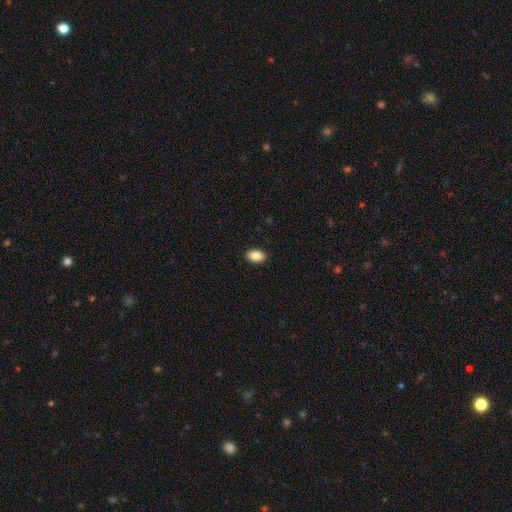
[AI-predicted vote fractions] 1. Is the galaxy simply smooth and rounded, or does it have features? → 89% smooth, 7% star or artifact, 4% featured or disk.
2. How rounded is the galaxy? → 89% in between, 10% round, 1% cigar-shaped.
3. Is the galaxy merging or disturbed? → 90% none, 7% minor disturbance, 2% major disturbance, 1% merger.